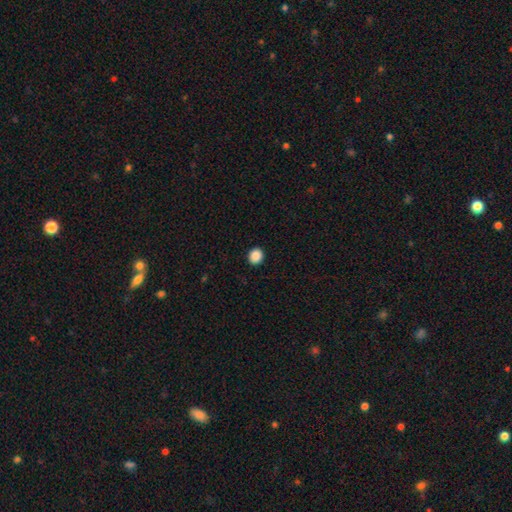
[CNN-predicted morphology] type=smooth (88%); roundness=round (80%); merging=none (93%).